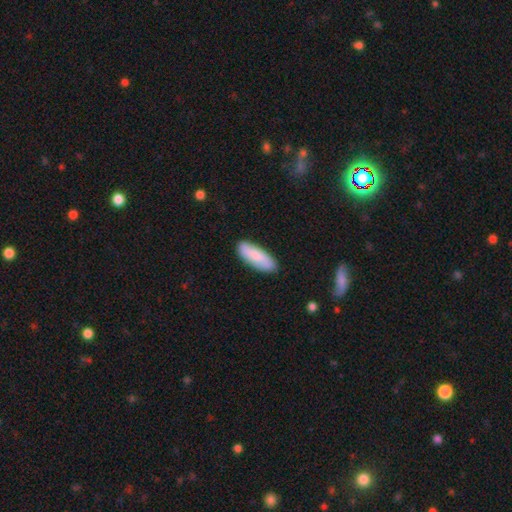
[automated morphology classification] Smooth or featured: smooth — 81% (featured or disk — 14%)
How rounded: in between — 63% (cigar-shaped — 35%)
Merging: none — 86% (minor disturbance — 11%)